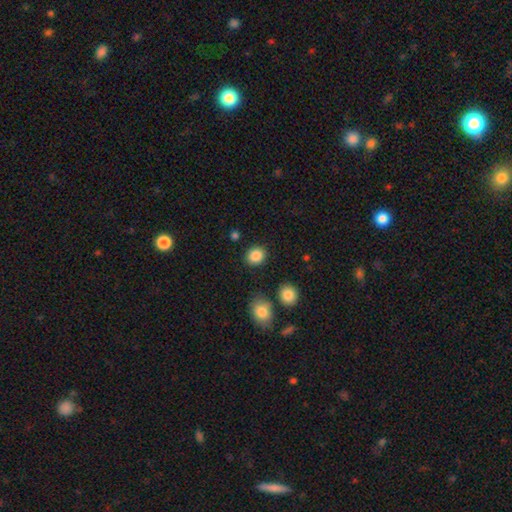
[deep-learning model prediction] Smooth or featured? Predicted: smooth (p=0.87). How rounded? Predicted: round (p=0.69). Merging? Predicted: none (p=0.87).